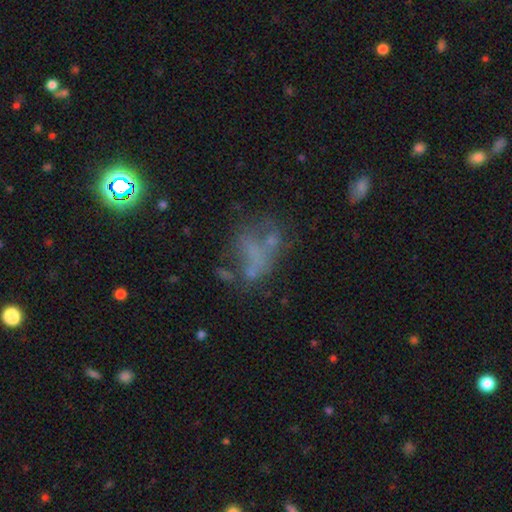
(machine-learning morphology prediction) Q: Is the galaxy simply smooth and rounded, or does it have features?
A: featured or disk — 39%.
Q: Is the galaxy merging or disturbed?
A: none — 38%.